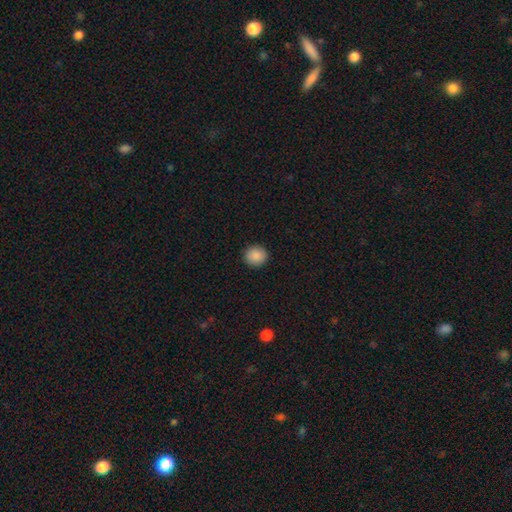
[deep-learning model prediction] Smooth or featured? smooth (89%)
How rounded? round (89%)
Merging? none (92%)